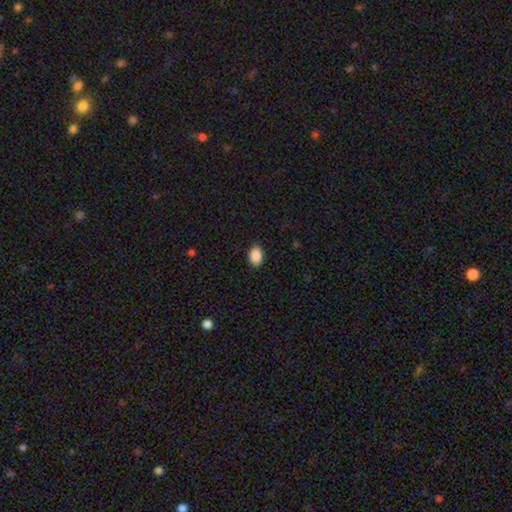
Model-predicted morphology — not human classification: Smooth or featured?
  - smooth: 89% *
  - star or artifact: 8%
  - featured or disk: 3%
How rounded?
  - in between: 83% *
  - round: 16%
  - cigar-shaped: 1%
Merging?
  - none: 87% *
  - minor disturbance: 10%
  - major disturbance: 2%
  - merger: 1%